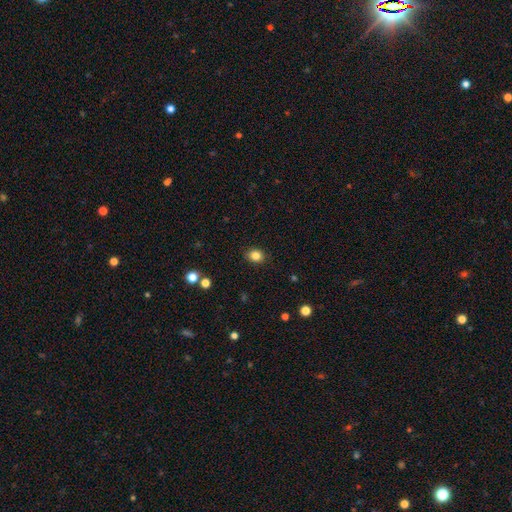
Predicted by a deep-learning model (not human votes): Overall: smooth (84%). How rounded: round (58%; in between 41%). Merging: none (89%).